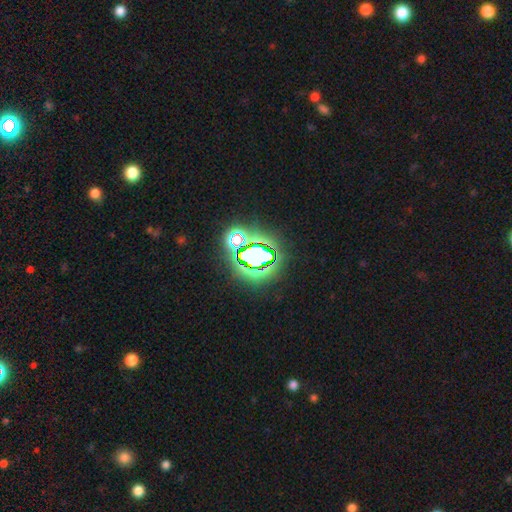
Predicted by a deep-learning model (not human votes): smooth-or-featured: star or artifact: 67% | smooth: 18% | featured or disk: 15%